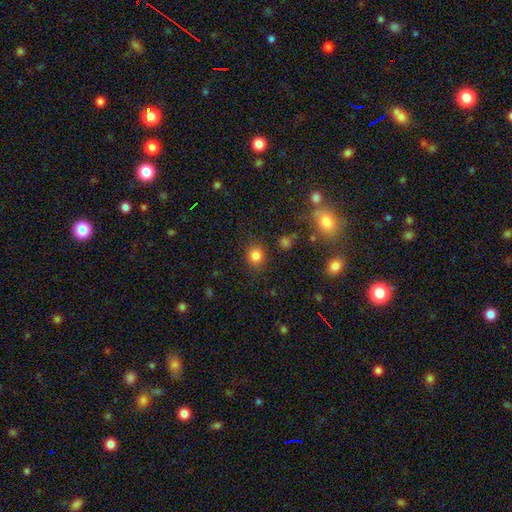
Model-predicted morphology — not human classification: Smooth or featured: smooth — 83% (star or artifact — 13%)
How rounded: round — 84% (in between — 15%)
Merging: none — 86% (minor disturbance — 9%)